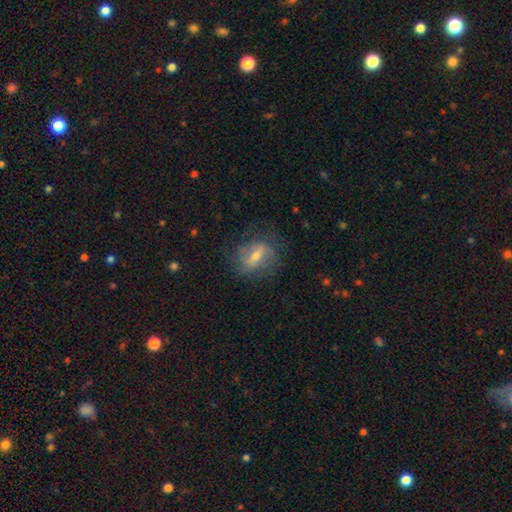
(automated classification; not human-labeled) Smooth or featured: featured or disk — 61% (smooth — 30%)
Edge-on disk: no — 88% (yes — 12%)
Bar: weak — 42% (strong — 39%)
Spiral arms: yes — 64% (no — 36%)
Bulge size: moderate — 51% (small — 41%)
Merging: none — 67% (minor disturbance — 19%)